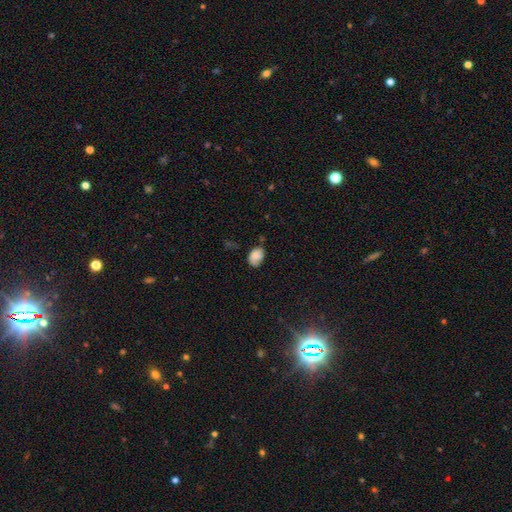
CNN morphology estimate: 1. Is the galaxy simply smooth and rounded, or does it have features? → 73% smooth, 17% featured or disk, 10% star or artifact.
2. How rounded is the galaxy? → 77% in between, 21% round, 1% cigar-shaped.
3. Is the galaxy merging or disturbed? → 52% none, 32% minor disturbance, 12% major disturbance, 4% merger.